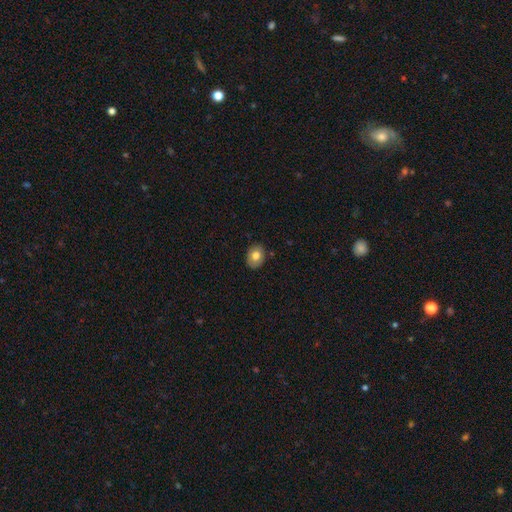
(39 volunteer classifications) Overall: smooth (72%). How rounded: in between (79%). Merging: none (91%).